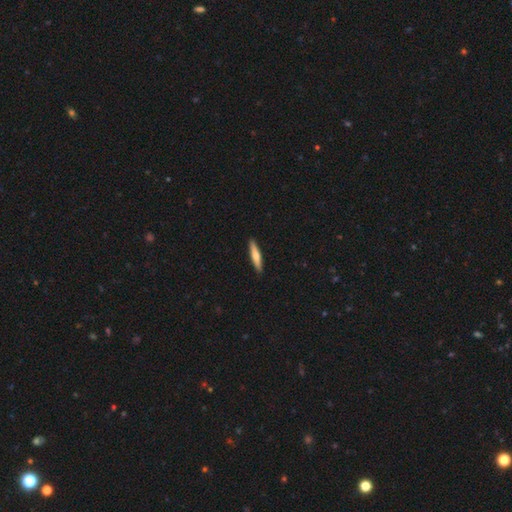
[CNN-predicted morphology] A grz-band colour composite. It shows a smooth galaxy with no disk features (63%) that is cigar-shaped (89%). Merging: none (91%).